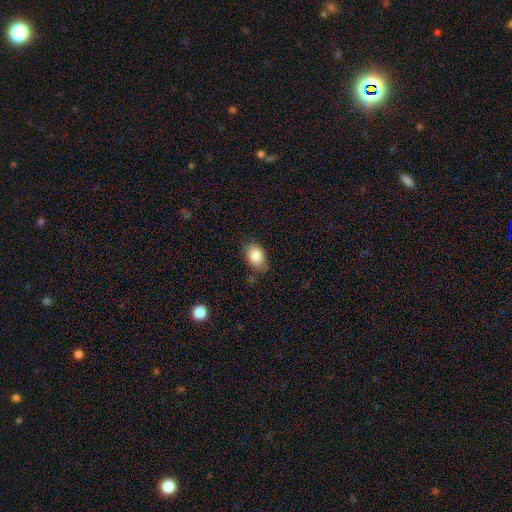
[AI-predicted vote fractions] Smooth or featured? smooth (86%)
How rounded? in between (78%)
Merging? none (71%)